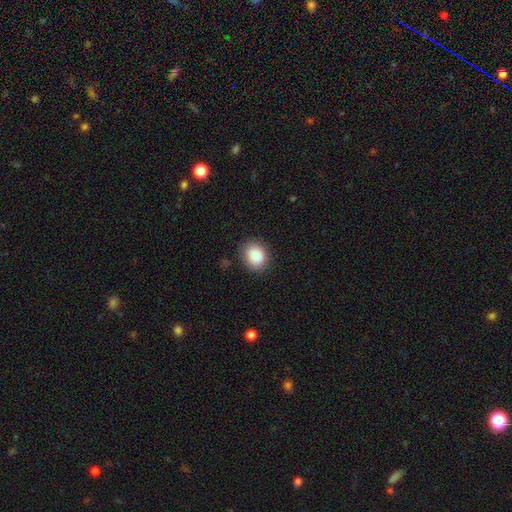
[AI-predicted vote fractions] smooth-or-featured: smooth: 89% | star or artifact: 8% | featured or disk: 3%
  how-rounded: round: 58% | in between: 41% | cigar-shaped: 1%
  merging: none: 85% | minor disturbance: 11% | major disturbance: 3% | merger: 1%